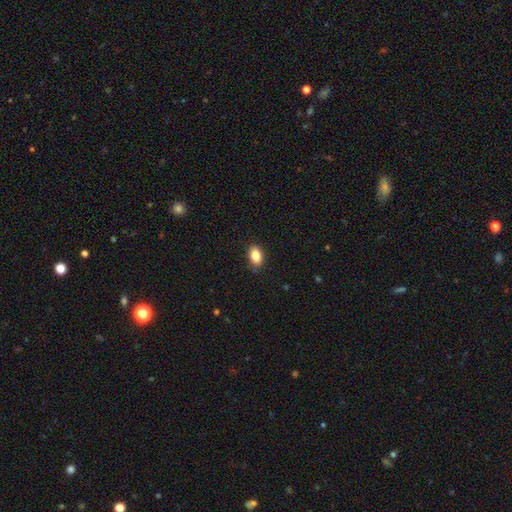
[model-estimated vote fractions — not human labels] smooth_or_featured: smooth (p=0.85) [alt: star or artifact p=0.08]
how_rounded: in between (p=0.88) [alt: round p=0.10]
merging: none (p=0.86) [alt: minor disturbance p=0.11]